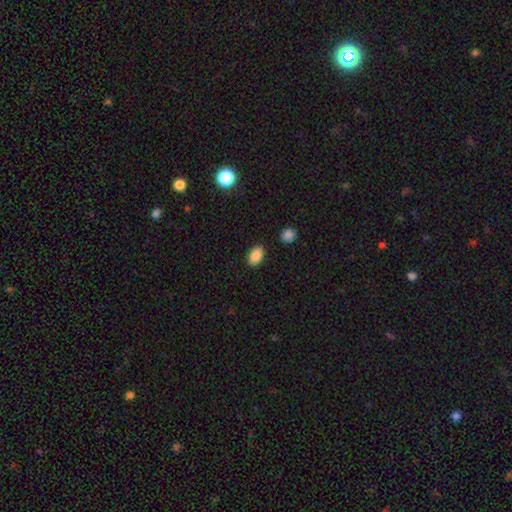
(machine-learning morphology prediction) A smooth galaxy with no disk features (89%) that is in between round and cigar-shaped (88%). Merging: none (86%).